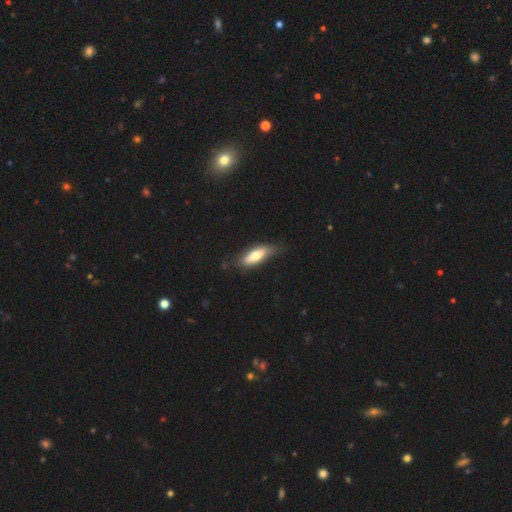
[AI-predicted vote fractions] This appears to be a smooth galaxy with no disk features (65%) that is in between round and cigar-shaped (59%). Merging: none (66%).